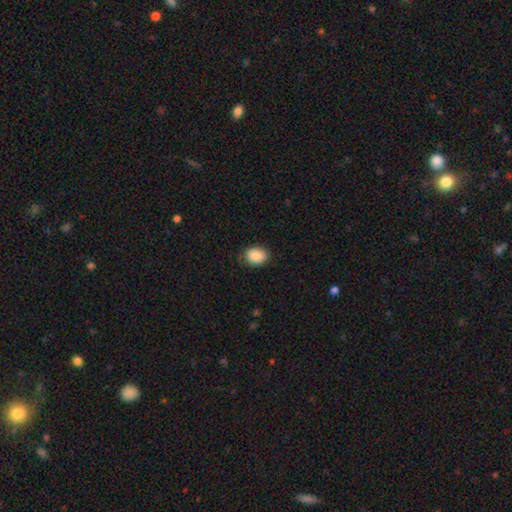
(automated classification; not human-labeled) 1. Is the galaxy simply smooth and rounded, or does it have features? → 88% smooth, 7% star or artifact, 4% featured or disk.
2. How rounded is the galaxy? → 66% in between, 33% round, 1% cigar-shaped.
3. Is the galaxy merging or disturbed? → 80% none, 16% minor disturbance, 3% major disturbance, 1% merger.